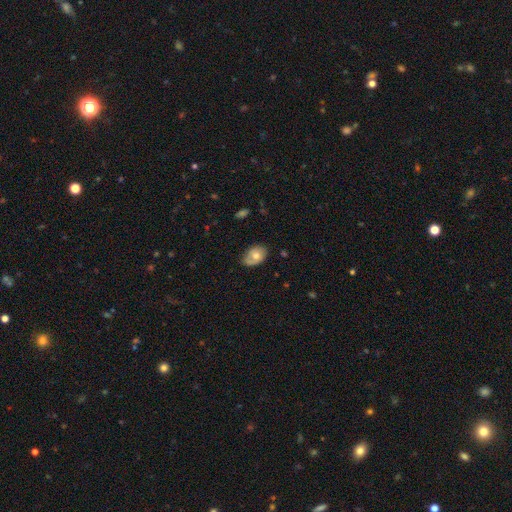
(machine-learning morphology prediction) A smooth galaxy with no disk features (64%) that is in between round and cigar-shaped (81%).

Vote fractions:
- Smooth or featured? smooth: 64% / featured or disk: 29% / star or artifact: 8%
- How rounded? in between: 81% / round: 18% / cigar-shaped: 1%
- Merging? none: 59% / minor disturbance: 31% / major disturbance: 7% / merger: 3%